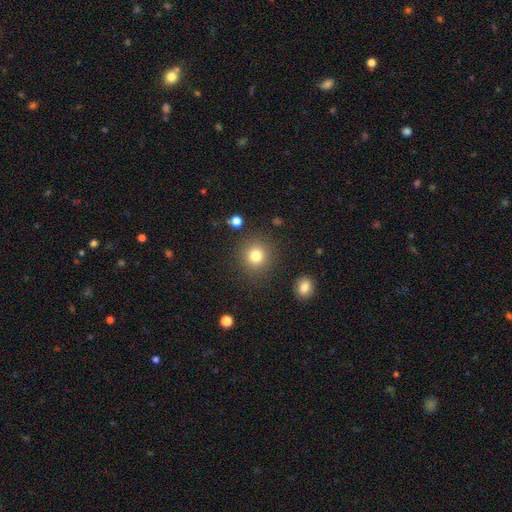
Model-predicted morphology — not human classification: This is clearly a smooth galaxy (80%). How rounded: clearly round (91%). Merging: clearly none (87%).